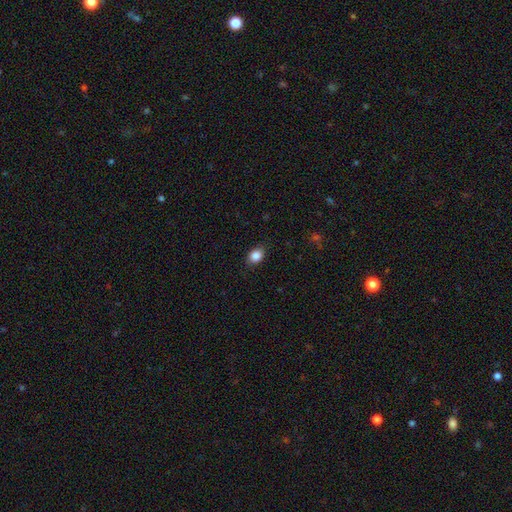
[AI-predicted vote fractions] Smooth or featured?
  - smooth: 86% *
  - star or artifact: 9%
  - featured or disk: 5%
How rounded?
  - in between: 68% *
  - round: 31%
  - cigar-shaped: 1%
Merging?
  - none: 84% *
  - minor disturbance: 12%
  - major disturbance: 3%
  - merger: 1%